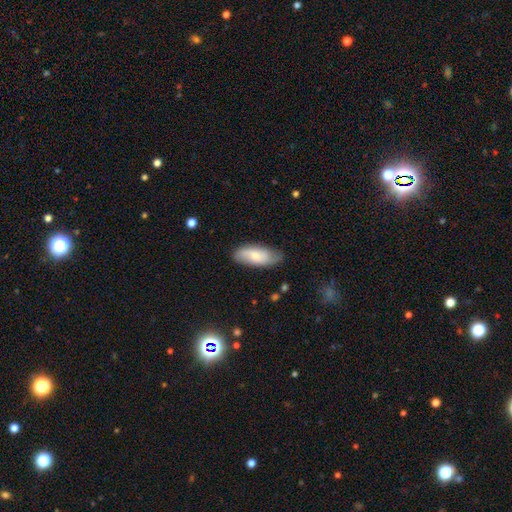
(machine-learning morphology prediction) smooth_or_featured: smooth (p=0.67) [alt: featured or disk p=0.26]
how_rounded: in between (p=0.80) [alt: cigar-shaped p=0.18]
merging: none (p=0.76) [alt: minor disturbance p=0.19]